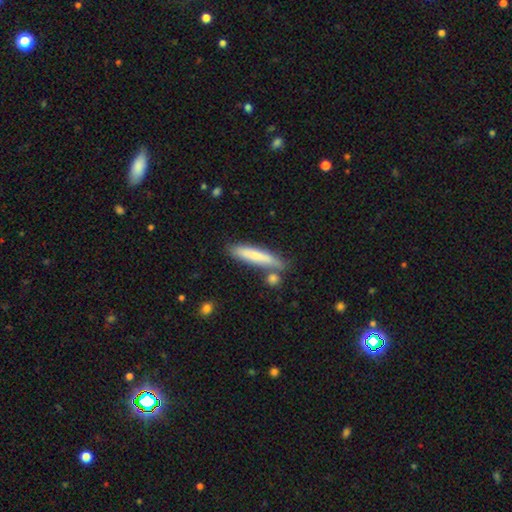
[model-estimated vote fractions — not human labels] smooth-or-featured: smooth: 73% | featured or disk: 21% | star or artifact: 6%
  how-rounded: cigar-shaped: 88% | in between: 10% | round: 1%
  merging: none: 71% | minor disturbance: 15% | merger: 10% | major disturbance: 4%